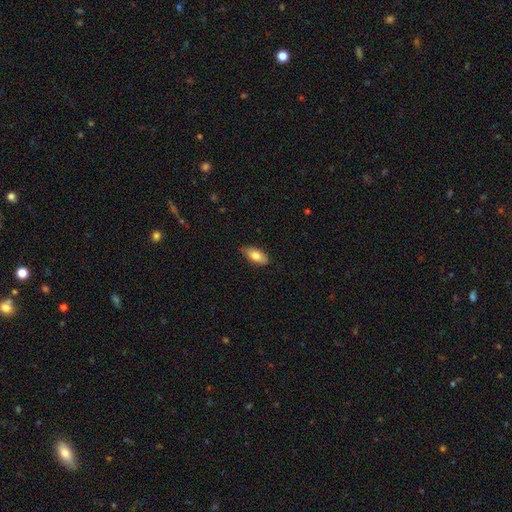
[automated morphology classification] Smooth or featured?
  - smooth: 78% *
  - featured or disk: 15%
  - star or artifact: 6%
How rounded?
  - in between: 88% *
  - cigar-shaped: 9%
  - round: 3%
Merging?
  - none: 81% *
  - minor disturbance: 16%
  - major disturbance: 2%
  - merger: 1%